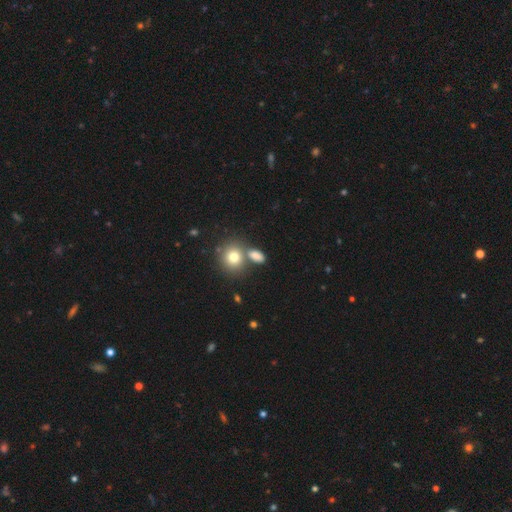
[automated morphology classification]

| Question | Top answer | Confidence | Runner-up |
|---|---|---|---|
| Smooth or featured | smooth | 80% | star or artifact (12%) |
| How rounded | in between | 70% | round (27%) |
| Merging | none | 55% | merger (27%) |